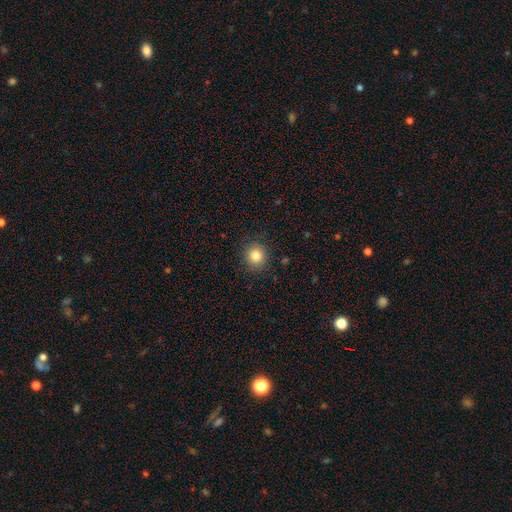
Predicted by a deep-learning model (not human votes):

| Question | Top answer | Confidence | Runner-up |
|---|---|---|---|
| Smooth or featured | smooth | 83% | star or artifact (11%) |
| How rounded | round | 89% | in between (11%) |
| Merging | none | 88% | minor disturbance (8%) |